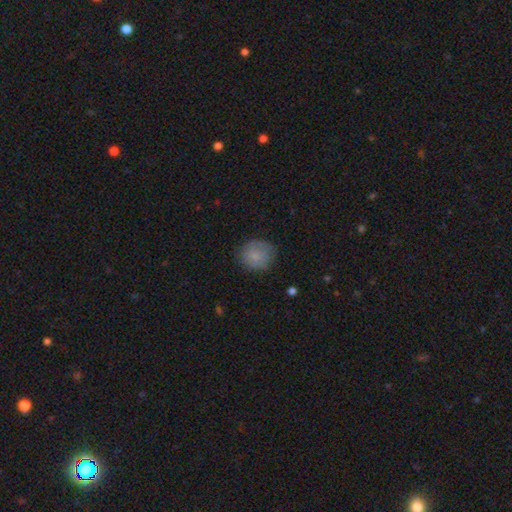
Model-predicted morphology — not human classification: Q: Smooth or featured?
A: smooth (81%); runner-up: featured or disk (11%)
Q: How rounded?
A: round (78%); runner-up: in between (21%)
Q: Merging?
A: none (72%); runner-up: minor disturbance (21%)